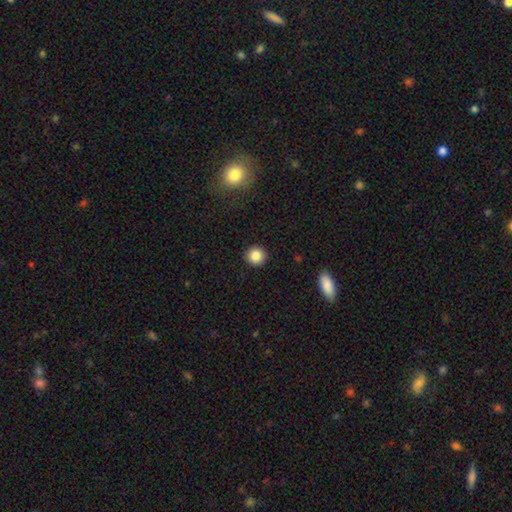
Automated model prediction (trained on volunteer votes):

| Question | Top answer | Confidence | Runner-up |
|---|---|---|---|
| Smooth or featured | smooth | 85% | star or artifact (10%) |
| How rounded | round | 93% | in between (6%) |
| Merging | none | 92% | minor disturbance (5%) |